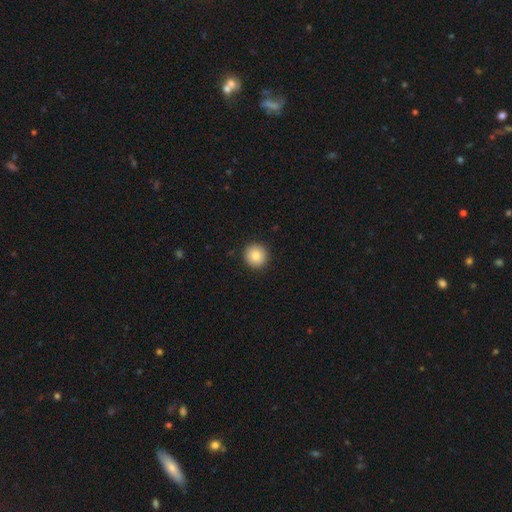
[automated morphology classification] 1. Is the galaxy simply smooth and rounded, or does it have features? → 85% smooth, 9% star or artifact, 6% featured or disk.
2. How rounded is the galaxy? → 94% round, 5% in between, 1% cigar-shaped.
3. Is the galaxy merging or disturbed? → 92% none, 5% minor disturbance, 2% major disturbance, 1% merger.